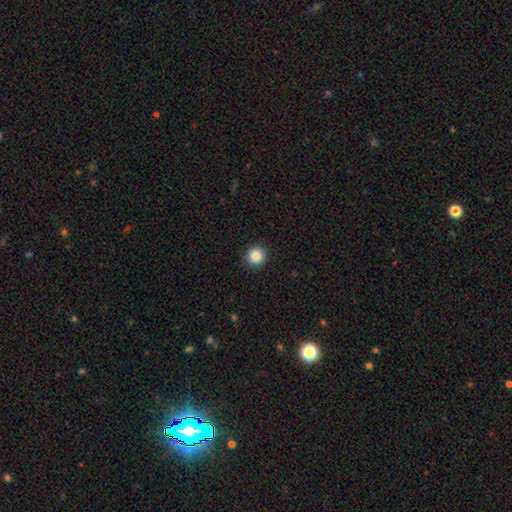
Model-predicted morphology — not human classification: This appears to be a smooth galaxy with no disk features (86%) that is round (94%). Merging: none (92%).